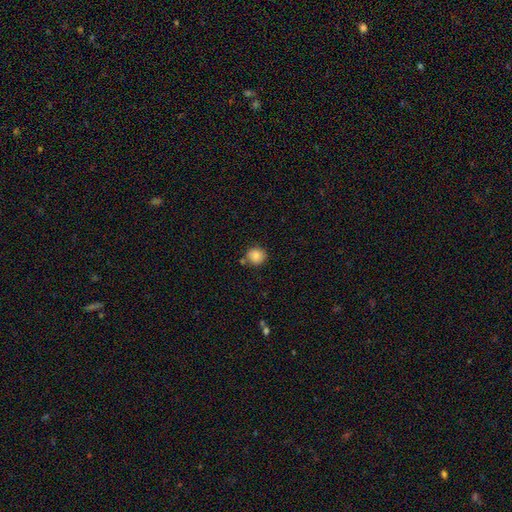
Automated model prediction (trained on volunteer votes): The model was most divided on "merging": none: 75%, minor disturbance: 13%, merger: 9%, major disturbance: 3%. More confident: how rounded — round (87%); smooth or featured — smooth (84%).